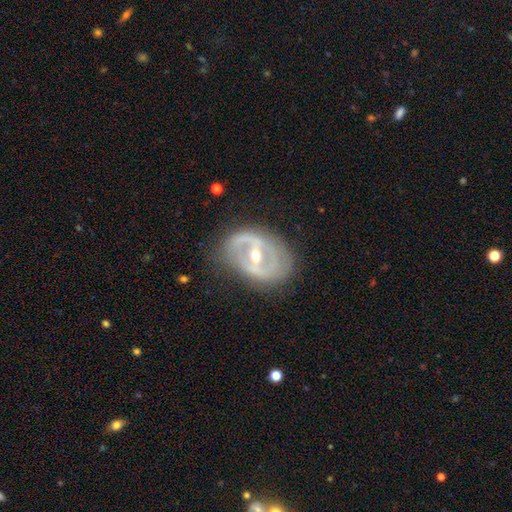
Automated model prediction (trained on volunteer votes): Smooth or featured: featured or disk — 83% (smooth — 11%)
Edge-on disk: no — 94% (yes — 6%)
Bar: strong — 55% (weak — 30%)
Spiral arms: yes — 56% (no — 44%)
Bulge size: moderate — 52% (small — 45%)
Merging: none — 70% (minor disturbance — 19%)